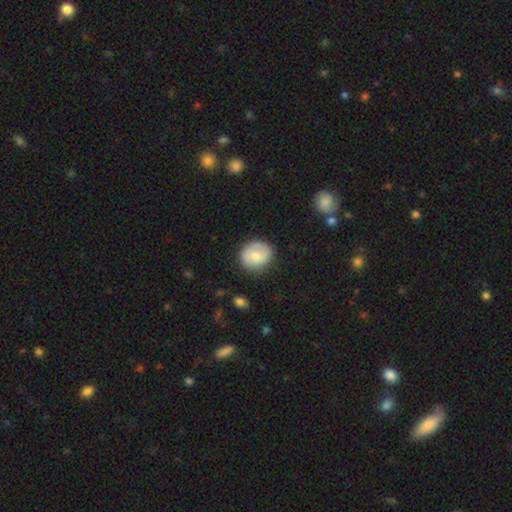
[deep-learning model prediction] Smooth or featured?
  - smooth: 70% *
  - featured or disk: 23%
  - star or artifact: 7%
How rounded?
  - round: 74% *
  - in between: 25%
  - cigar-shaped: 1%
Merging?
  - none: 76% *
  - minor disturbance: 17%
  - major disturbance: 5%
  - merger: 2%